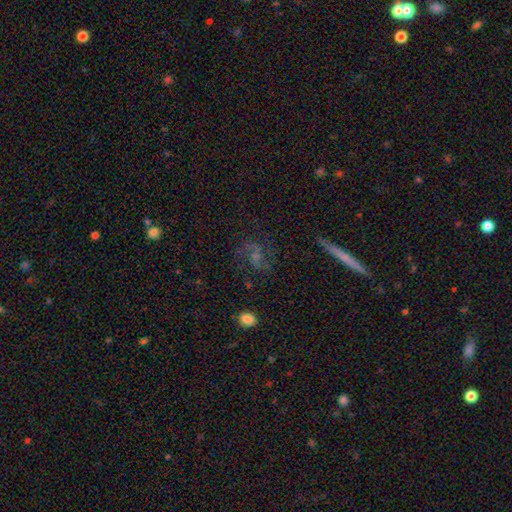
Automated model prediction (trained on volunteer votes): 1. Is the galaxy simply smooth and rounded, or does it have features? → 76% featured or disk, 12% smooth, 12% star or artifact.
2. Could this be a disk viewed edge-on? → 94% no, 6% yes.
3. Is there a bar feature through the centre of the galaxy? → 52% no, 37% weak, 12% strong.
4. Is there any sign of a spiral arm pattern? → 94% yes, 6% no.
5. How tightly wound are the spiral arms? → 50% medium, 34% loose, 16% tight.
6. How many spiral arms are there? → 88% 2, 5% can't tell, 2% 3, 2% 1, 1% 4, 1% more than 4.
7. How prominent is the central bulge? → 41% small, 31% moderate, 22% none, 4% large, 2% dominant.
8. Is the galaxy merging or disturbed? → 76% none, 14% minor disturbance, 8% major disturbance, 2% merger.